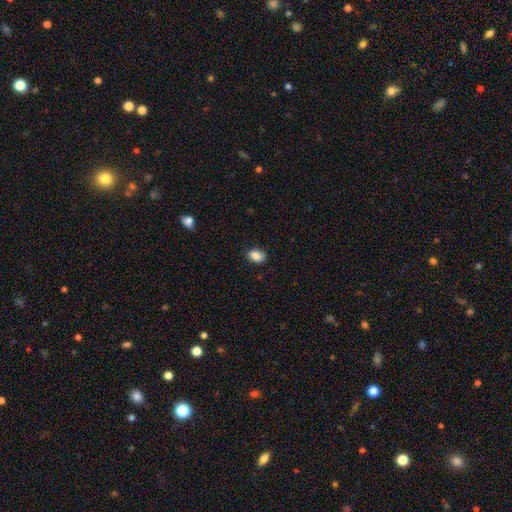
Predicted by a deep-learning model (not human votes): The model was most divided on "how rounded": in between: 78%, round: 21%, cigar-shaped: 1%. More confident: smooth or featured — smooth (87%); merging — none (85%).